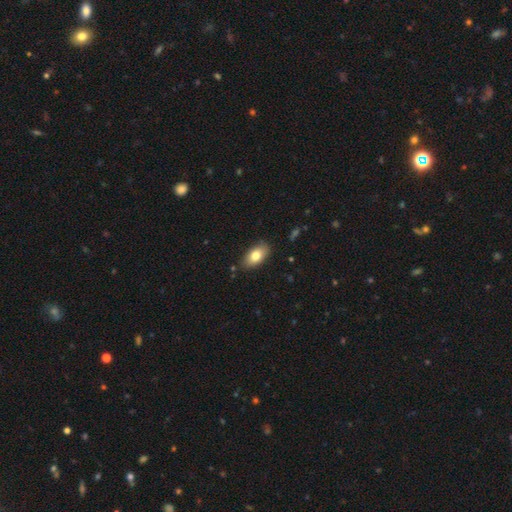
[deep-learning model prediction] Morphology: type=smooth (78%); roundness=in between (91%); merging=none (83%).